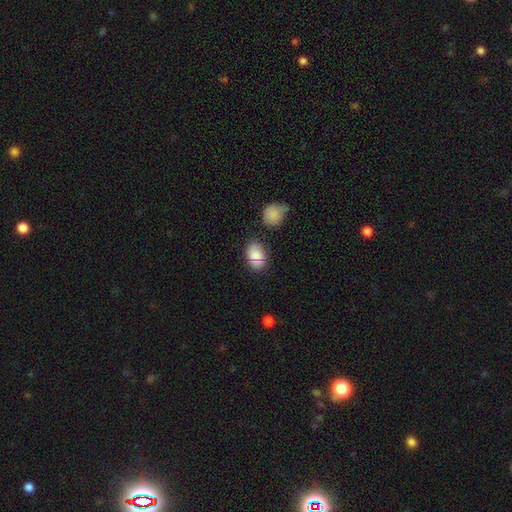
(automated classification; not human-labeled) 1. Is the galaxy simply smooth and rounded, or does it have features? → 79% smooth, 13% featured or disk, 8% star or artifact.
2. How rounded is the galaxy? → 83% in between, 15% round, 1% cigar-shaped.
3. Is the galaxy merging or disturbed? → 65% none, 22% minor disturbance, 8% merger, 5% major disturbance.